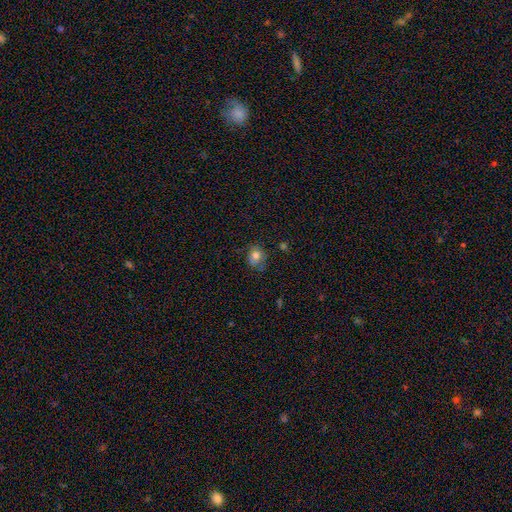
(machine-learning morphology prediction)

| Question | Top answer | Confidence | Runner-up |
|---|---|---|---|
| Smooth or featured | smooth | 78% | featured or disk (12%) |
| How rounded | round | 59% | in between (40%) |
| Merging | none | 66% | minor disturbance (25%) |